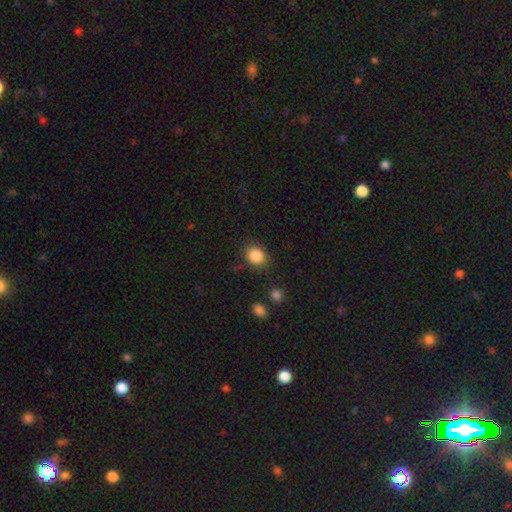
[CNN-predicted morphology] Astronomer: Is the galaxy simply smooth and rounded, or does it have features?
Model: smooth — 86%.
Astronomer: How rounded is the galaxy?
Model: round — 66%.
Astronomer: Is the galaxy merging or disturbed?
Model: none — 81%.